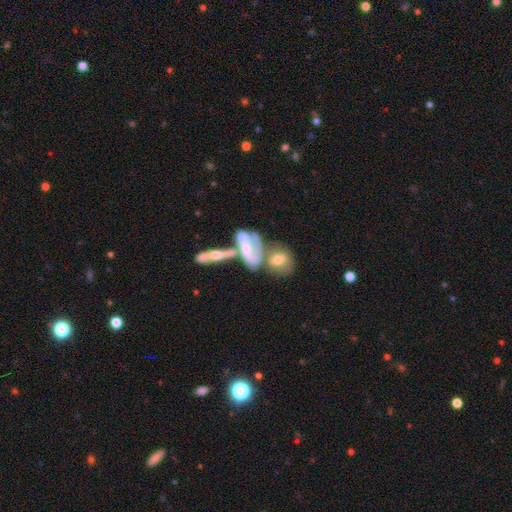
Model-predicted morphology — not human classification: Overall: featured or disk (37%; smooth 35%). Merging: merger (48%; none 31%).